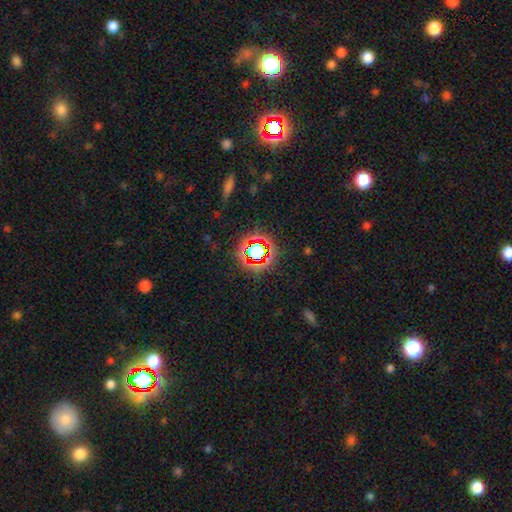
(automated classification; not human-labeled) Smooth or featured? Predicted: star or artifact (p=0.67).